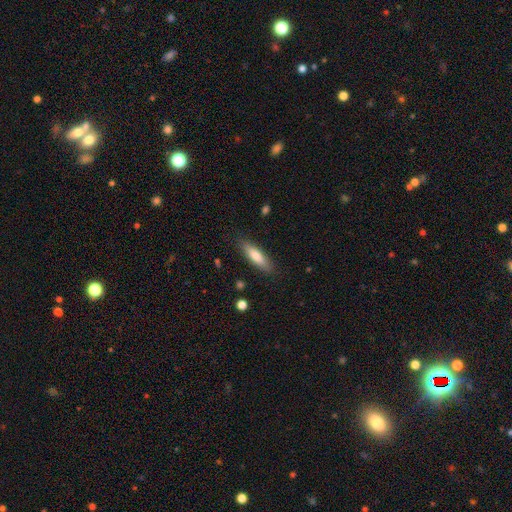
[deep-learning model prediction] Q: Smooth or featured?
A: smooth (78%); runner-up: featured or disk (16%)
Q: How rounded?
A: cigar-shaped (63%); runner-up: in between (36%)
Q: Merging?
A: none (85%); runner-up: minor disturbance (11%)